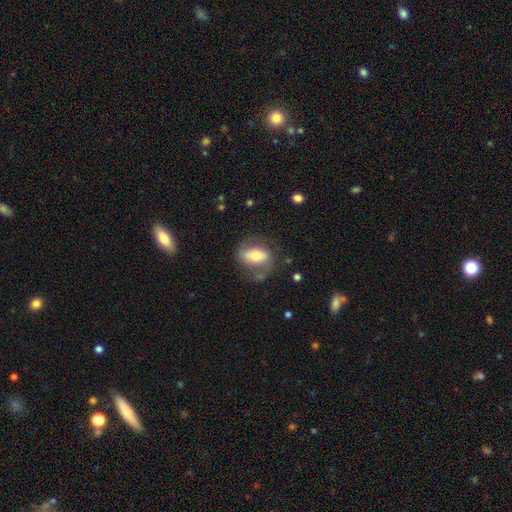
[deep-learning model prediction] A smooth galaxy with no disk features (49%). Merging: none (63%).